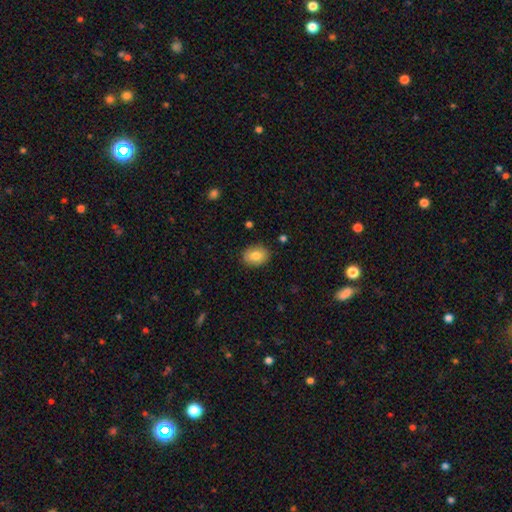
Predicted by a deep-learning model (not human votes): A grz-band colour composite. It shows a smooth galaxy with no disk features (81%) that is in between round and cigar-shaped (63%). Merging: none (87%).